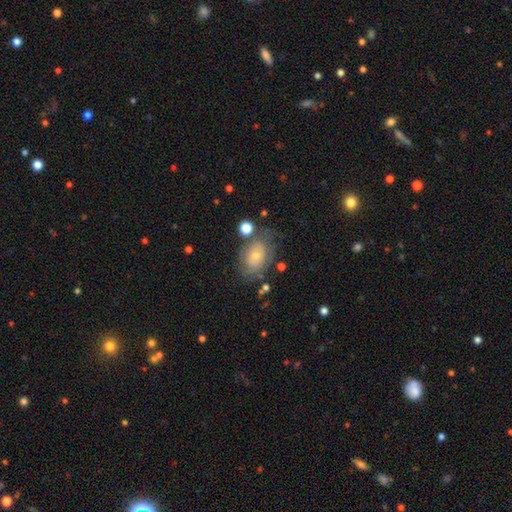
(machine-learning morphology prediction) Q: Smooth or featured?
A: smooth (50%); runner-up: featured or disk (41%)
Q: Merging?
A: none (53%); runner-up: minor disturbance (25%)